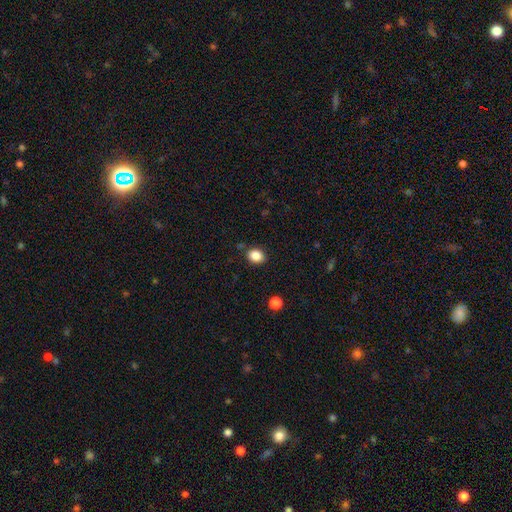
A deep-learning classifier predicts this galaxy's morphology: smooth-or-featured: smooth: 86% | star or artifact: 10% | featured or disk: 4%
  how-rounded: in between: 52% | round: 47% | cigar-shaped: 1%
  merging: none: 85% | minor disturbance: 10% | merger: 2% | major disturbance: 2%